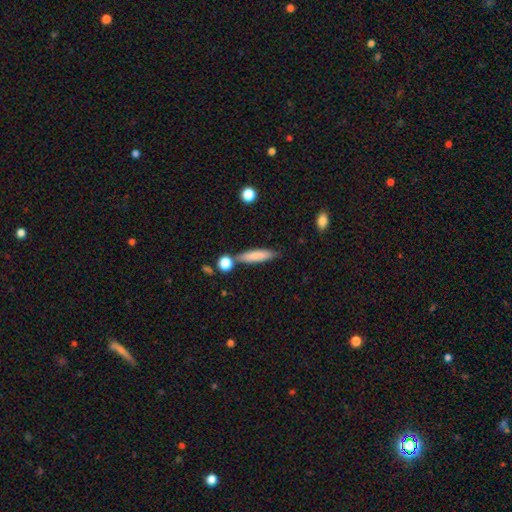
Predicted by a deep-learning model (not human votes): smooth 81%, featured or disk 13%, star or artifact 7%. Down the decision tree: how rounded — cigar-shaped (78%); merging — none (74%).